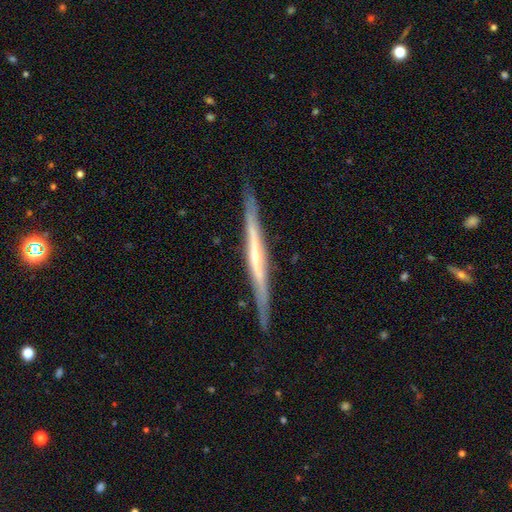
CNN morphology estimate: A featured or disk galaxy (74%) viewed edge-on (97%) with no central bulge (55%).

Vote fractions:
- Smooth or featured? featured or disk: 74% / smooth: 20% / star or artifact: 5%
- Edge-on disk? yes: 97% / no: 3%
- Edge-on bulge? none: 55% / rounded: 36% / boxy: 9%
- Merging? none: 87% / minor disturbance: 10% / major disturbance: 2% / merger: 1%